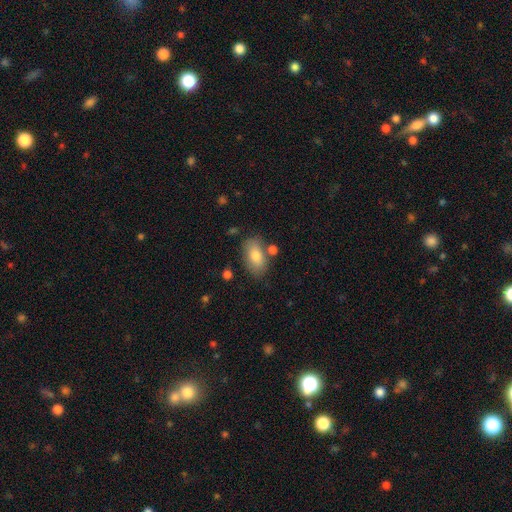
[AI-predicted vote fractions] This appears to be a smooth galaxy with no disk features (77%) that is in between round and cigar-shaped (91%). Merging: none (73%).